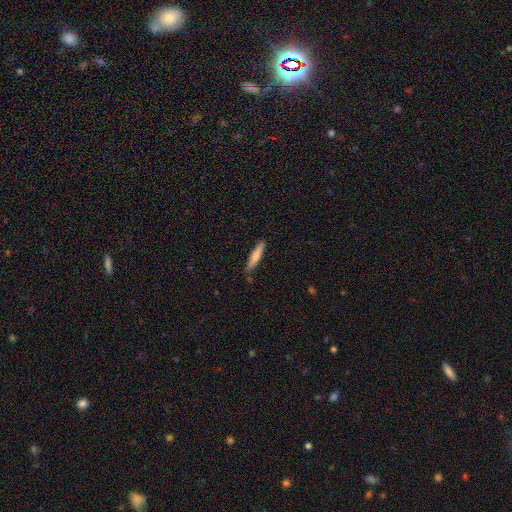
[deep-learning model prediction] This is likely a smooth galaxy (73%). How rounded: clearly cigar-shaped (89%). Merging: clearly none (85%).